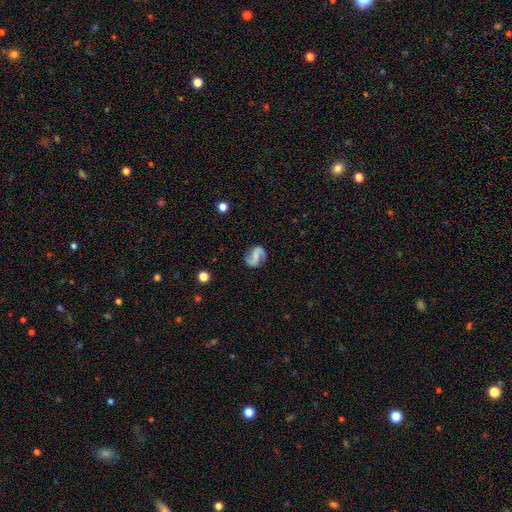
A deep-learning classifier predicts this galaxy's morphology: A featured or disk galaxy (84%) with a weak bar (37%), 2 (93%) loose (57%) spiral arms (96%) and no central bulge (55%).

Vote fractions:
- Smooth or featured? featured or disk: 84% / smooth: 10% / star or artifact: 6%
- Edge-on disk? no: 98% / yes: 2%
- Bar? weak: 37% / no: 33% / strong: 30%
- Spiral arms? yes: 96% / no: 4%
- Spiral winding? loose: 57% / medium: 33% / tight: 10%
- Spiral arm count? 2: 93% / can't tell: 2% / 1: 2% / 3: 1% / 4: 1% / more than 4: 1%
- Bulge size? none: 55% / small: 30% / moderate: 12% / large: 2% / dominant: 1%
- Merging? none: 82% / minor disturbance: 12% / major disturbance: 5% / merger: 2%